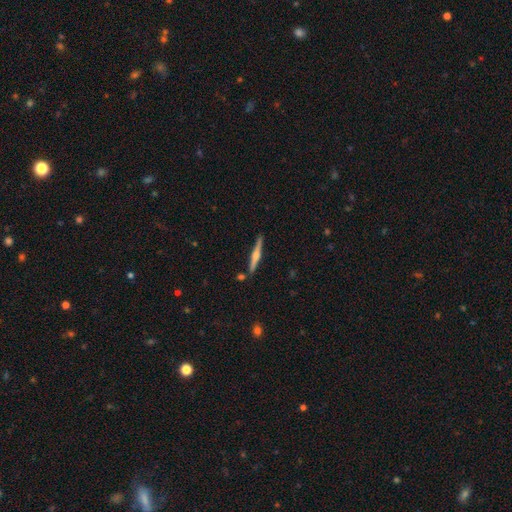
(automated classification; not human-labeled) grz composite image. It shows a featured or disk galaxy (67%) viewed edge-on (98%) with a rounded central bulge (83%). Merging: none (87%).